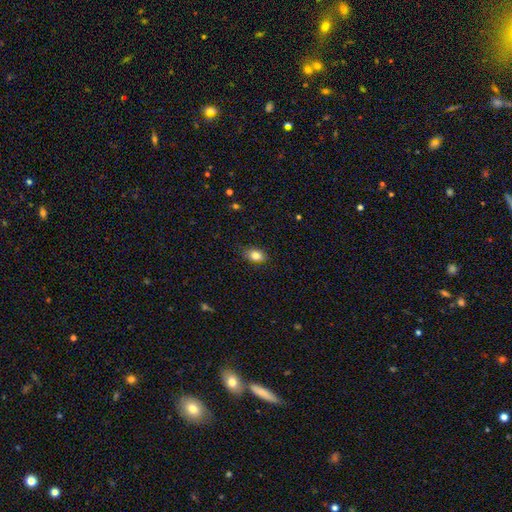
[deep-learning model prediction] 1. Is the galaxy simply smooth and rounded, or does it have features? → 82% smooth, 10% featured or disk, 9% star or artifact.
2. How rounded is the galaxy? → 84% in between, 14% round, 2% cigar-shaped.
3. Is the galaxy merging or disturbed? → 82% none, 14% minor disturbance, 3% major disturbance, 1% merger.